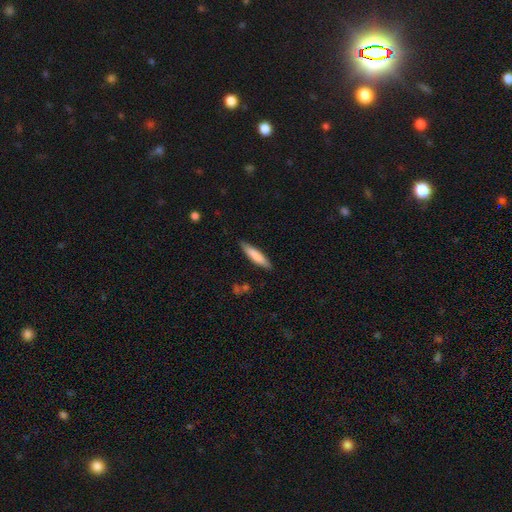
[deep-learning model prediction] Overall: smooth (78%). How rounded: cigar-shaped (83%). Merging: none (85%).